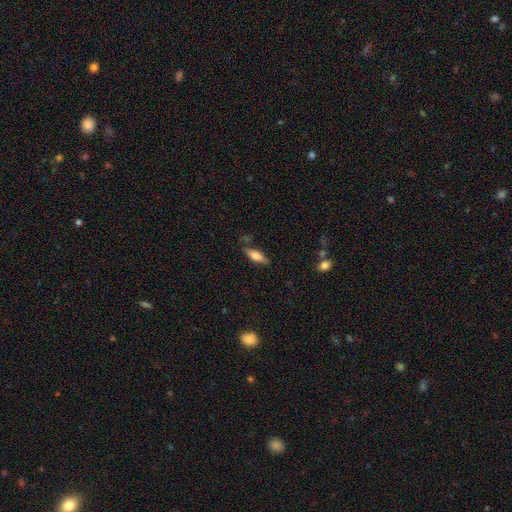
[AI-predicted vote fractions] This is likely a smooth galaxy (66%). How rounded: possibly in between (55%). Merging: likely none (75%).